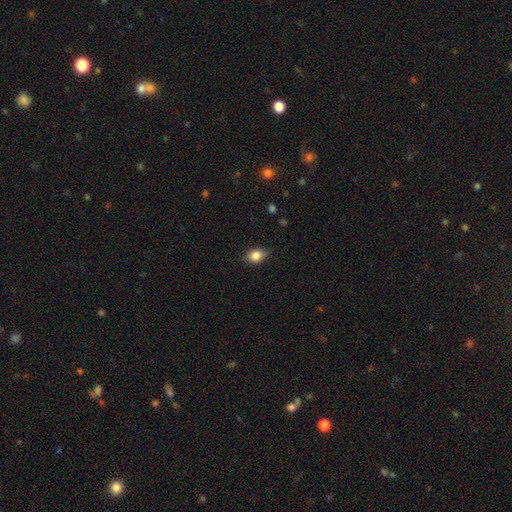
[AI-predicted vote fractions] Morphology: type=smooth (83%); roundness=in between (65%); merging=none (78%).